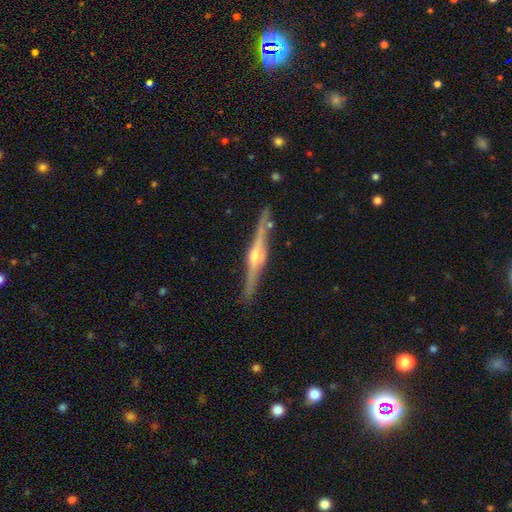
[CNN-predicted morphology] type=featured or disk (83%); edge-on=yes (98%); edge-on bulge=rounded (88%); merging=none (87%).